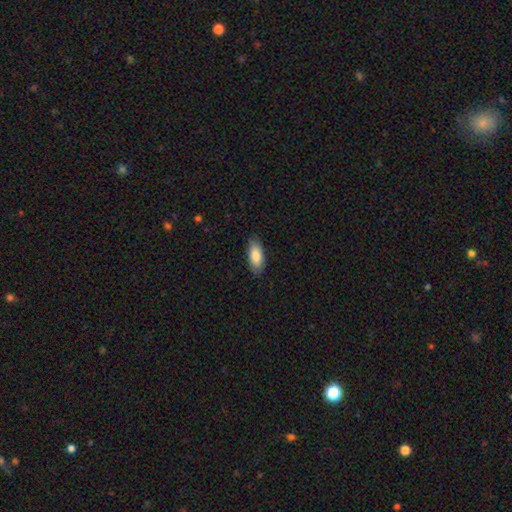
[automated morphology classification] Q: Smooth or featured?
A: smooth (85%); runner-up: featured or disk (9%)
Q: How rounded?
A: in between (84%); runner-up: cigar-shaped (15%)
Q: Merging?
A: none (87%); runner-up: minor disturbance (10%)